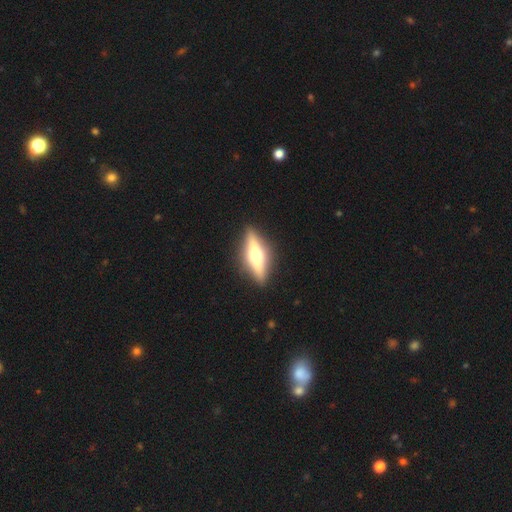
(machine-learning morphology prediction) A featured or disk galaxy (60%) viewed edge-on (93%) with a rounded central bulge (92%).

Vote fractions:
- Smooth or featured? featured or disk: 60% / smooth: 34% / star or artifact: 6%
- Edge-on disk? yes: 93% / no: 7%
- Edge-on bulge? rounded: 92% / boxy: 5% / none: 3%
- Merging? none: 89% / minor disturbance: 8% / major disturbance: 2% / merger: 1%